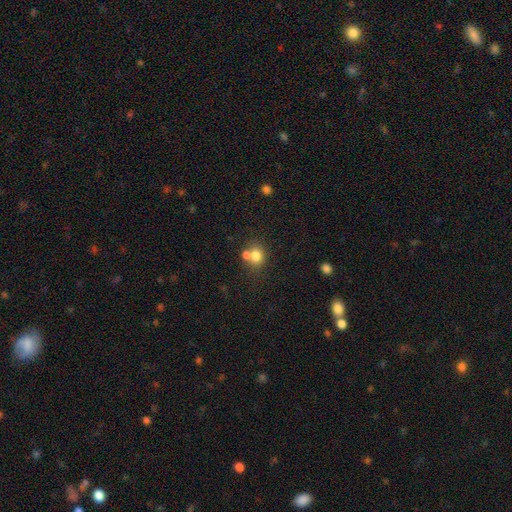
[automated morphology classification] A smooth galaxy with no disk features (77%) that is round (65%).

Vote fractions:
- Smooth or featured? smooth: 77% / star or artifact: 12% / featured or disk: 11%
- How rounded? round: 65% / in between: 34% / cigar-shaped: 1%
- Merging? none: 48% / merger: 37% / minor disturbance: 10% / major disturbance: 4%